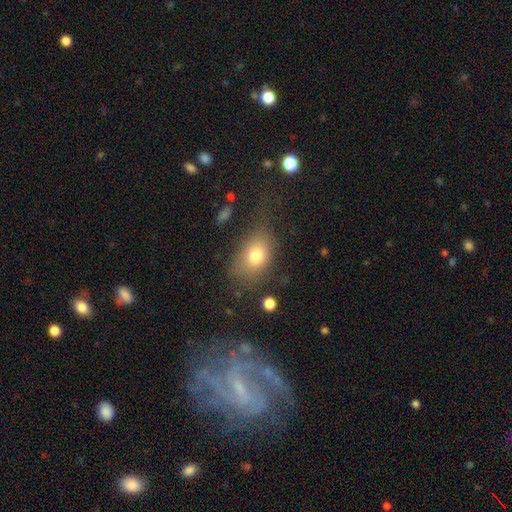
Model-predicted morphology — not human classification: smooth 75%, featured or disk 14%, star or artifact 11%. Down the decision tree: how rounded — in between (72%); merging — none (59%).